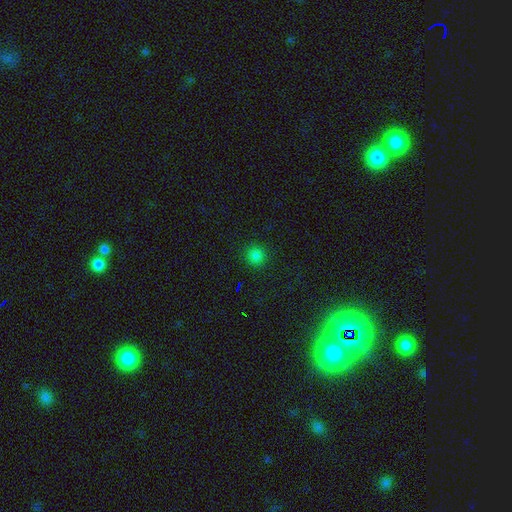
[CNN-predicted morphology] This appears to be a smooth galaxy with no disk features (81%) that is round (93%). Merging: none (91%).